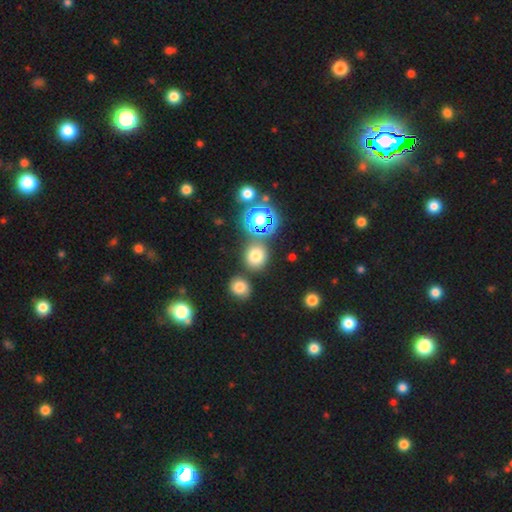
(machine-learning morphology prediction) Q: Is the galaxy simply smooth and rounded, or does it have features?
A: smooth — 67%.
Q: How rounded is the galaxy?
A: round — 82%.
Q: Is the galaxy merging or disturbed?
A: none — 75%.